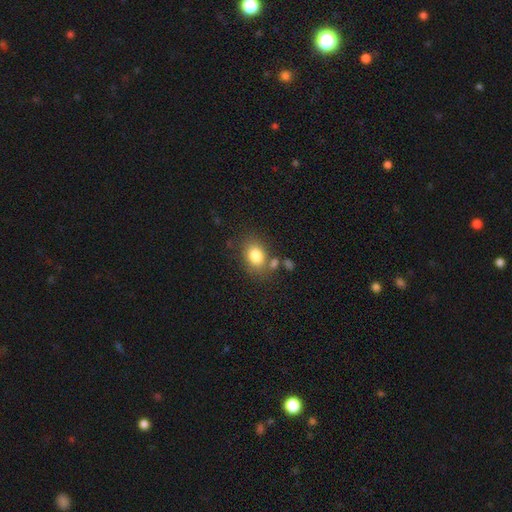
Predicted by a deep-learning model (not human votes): smooth 81%, star or artifact 10%, featured or disk 10%. Down the decision tree: how rounded — in between (62%); merging — none (69%).